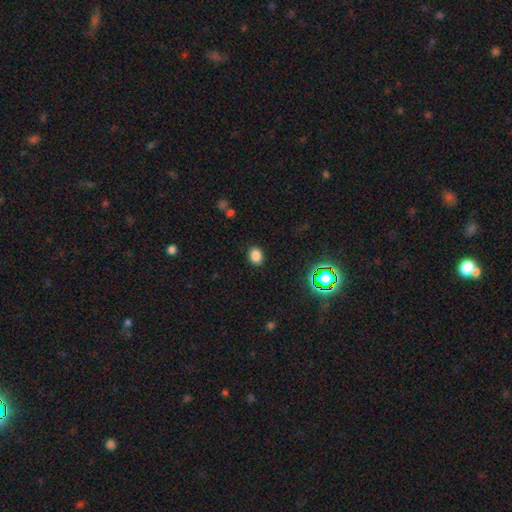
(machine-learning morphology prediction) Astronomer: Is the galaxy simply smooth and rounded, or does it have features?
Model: smooth — 82%.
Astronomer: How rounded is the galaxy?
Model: in between — 55% (runner-up: round, 44%).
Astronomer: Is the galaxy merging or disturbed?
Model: none — 88%.